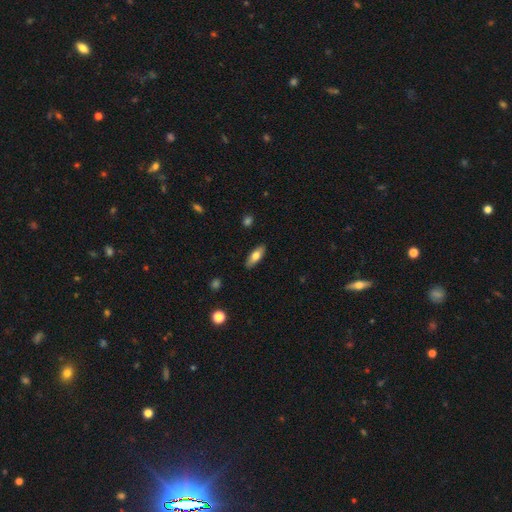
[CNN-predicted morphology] type=smooth (69%); roundness=in between (69%); merging=none (88%).